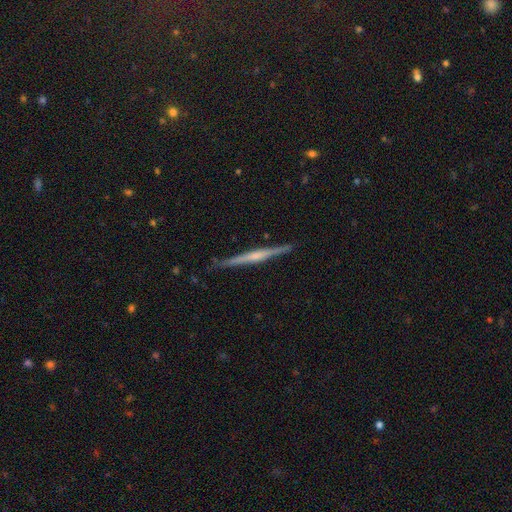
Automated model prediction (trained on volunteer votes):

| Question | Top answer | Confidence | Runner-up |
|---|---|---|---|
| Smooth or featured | featured or disk | 73% | smooth (18%) |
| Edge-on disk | yes | 98% | no (2%) |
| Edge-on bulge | rounded | 59% | none (29%) |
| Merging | none | 89% | minor disturbance (8%) |